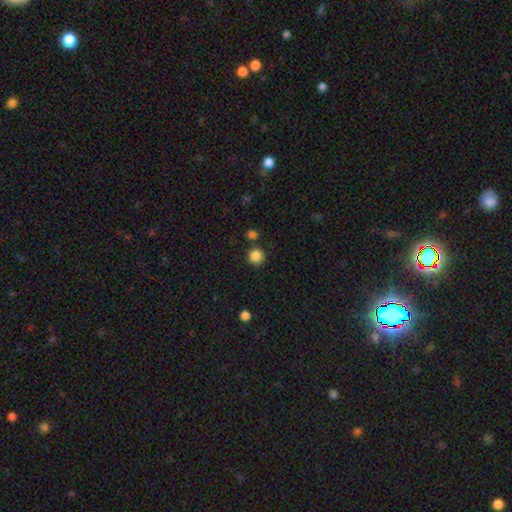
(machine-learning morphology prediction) Smooth or featured? Predicted: smooth (p=0.85). How rounded? Predicted: round (p=0.94). Merging? Predicted: none (p=0.85).